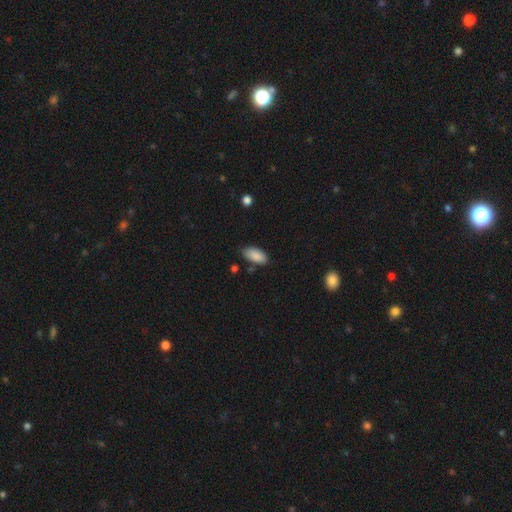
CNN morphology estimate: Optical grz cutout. It shows a smooth galaxy with no disk features (89%) that is in between round and cigar-shaped (93%). Merging: none (77%).